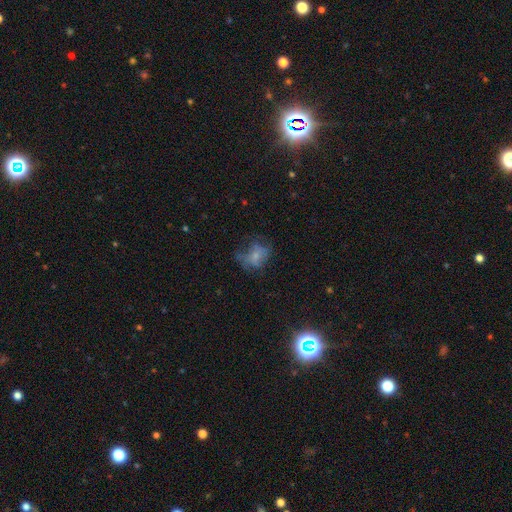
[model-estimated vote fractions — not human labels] Overall: smooth (53%; featured or disk 32%). How rounded: in between (56%; round 42%). Merging: none (40%; major disturbance 33%).